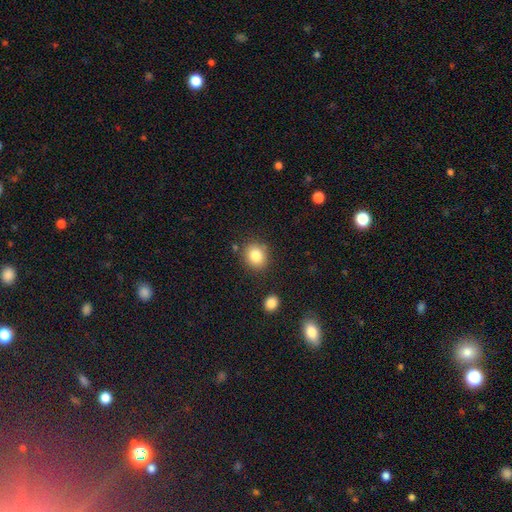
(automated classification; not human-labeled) smooth-or-featured: smooth: 84% | star or artifact: 10% | featured or disk: 7%
  how-rounded: round: 75% | in between: 24% | cigar-shaped: 1%
  merging: none: 82% | minor disturbance: 10% | merger: 4% | major disturbance: 3%